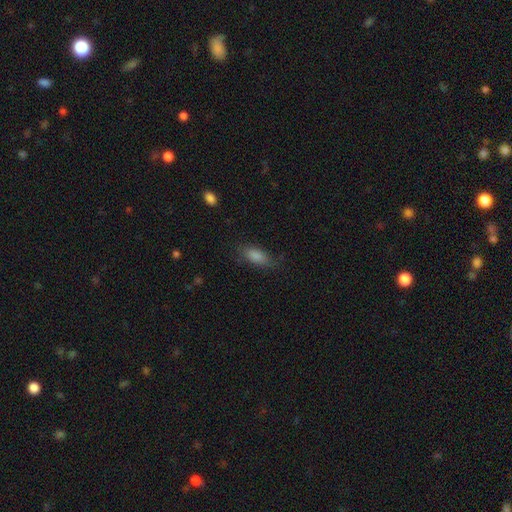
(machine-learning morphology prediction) smooth_or_featured: smooth (p=0.79) [alt: featured or disk p=0.11]
how_rounded: in between (p=0.77) [alt: cigar-shaped p=0.20]
merging: none (p=0.71) [alt: minor disturbance p=0.20]